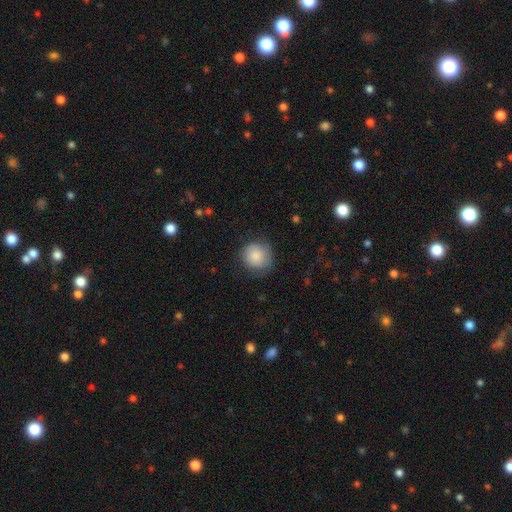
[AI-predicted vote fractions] Overall: smooth (82%). How rounded: round (87%). Merging: none (68%).